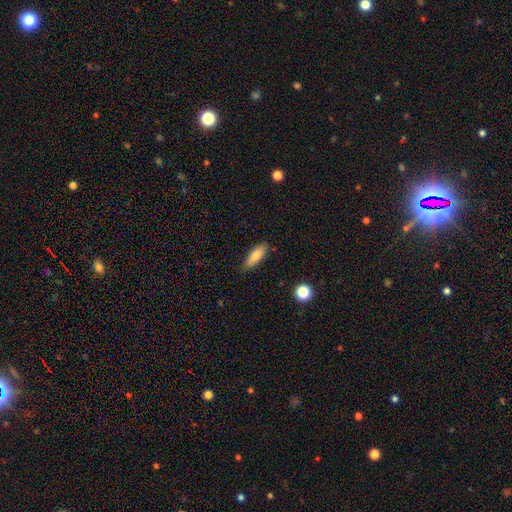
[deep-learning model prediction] This appears to be a smooth galaxy with no disk features (81%) that is in between round and cigar-shaped (63%). Merging: none (81%).